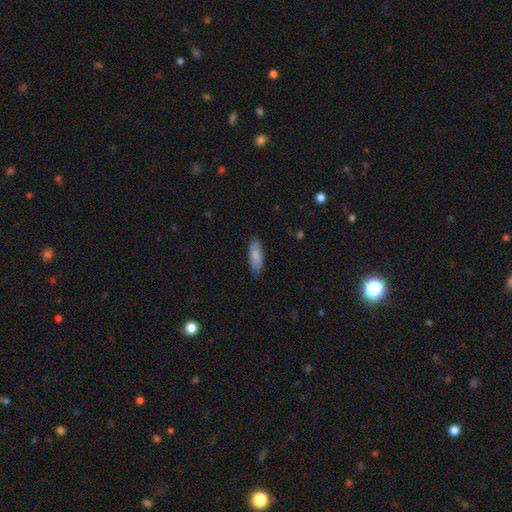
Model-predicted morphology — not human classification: Smooth or featured?
  - smooth: 85% *
  - featured or disk: 9%
  - star or artifact: 6%
How rounded?
  - in between: 64% *
  - cigar-shaped: 35%
  - round: 2%
Merging?
  - none: 83% *
  - minor disturbance: 14%
  - major disturbance: 2%
  - merger: 1%